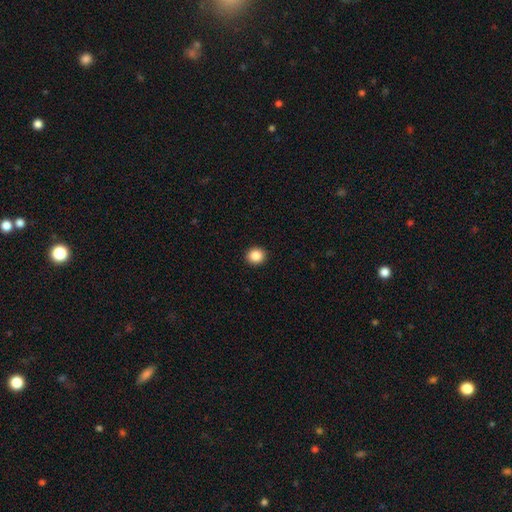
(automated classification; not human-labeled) Smooth or featured? Predicted: smooth (p=0.87). How rounded? Predicted: round (p=0.89). Merging? Predicted: none (p=0.93).